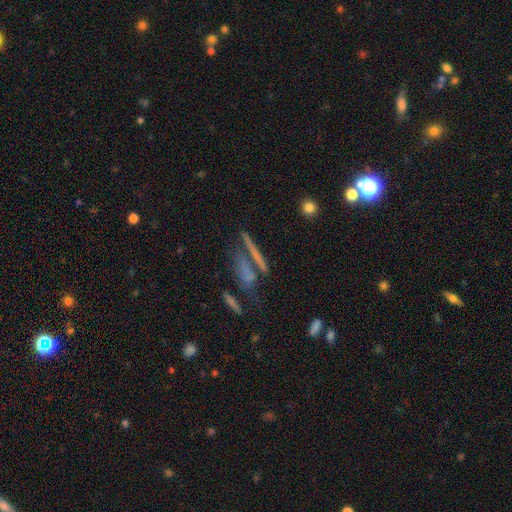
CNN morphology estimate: A smooth galaxy with no disk features (41%). Merging: none (59%).